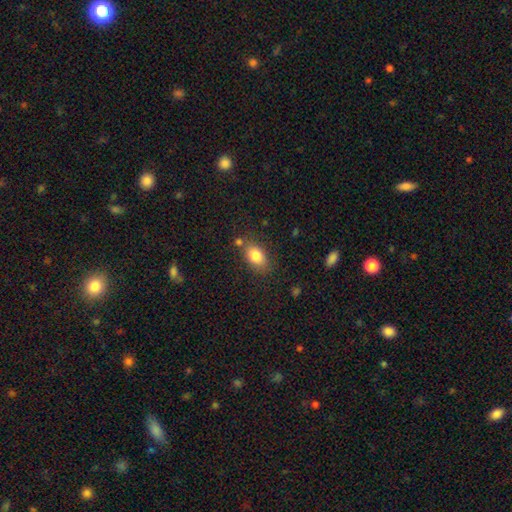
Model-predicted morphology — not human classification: smooth-or-featured: smooth: 83% | featured or disk: 9% | star or artifact: 8%
  how-rounded: in between: 85% | round: 13% | cigar-shaped: 2%
  merging: none: 73% | minor disturbance: 15% | merger: 8% | major disturbance: 4%